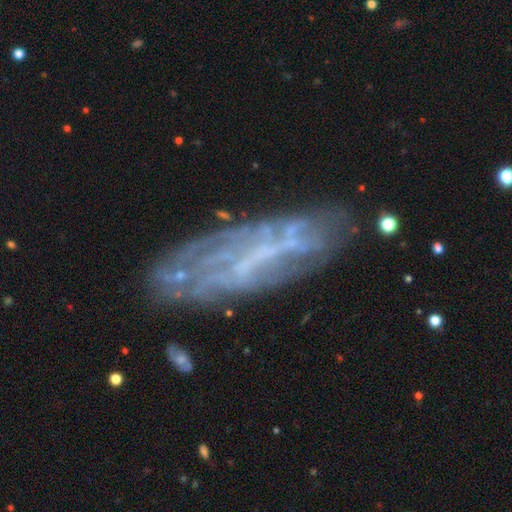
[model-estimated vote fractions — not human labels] The model was most divided on "spiral arms" (2-way tie): yes: 50%, no: 50%. Remaining: edge-on disk — no (74%); merging — none (69%); smooth or featured — featured or disk (68%); bulge size — none (61%); bar — no (41%).